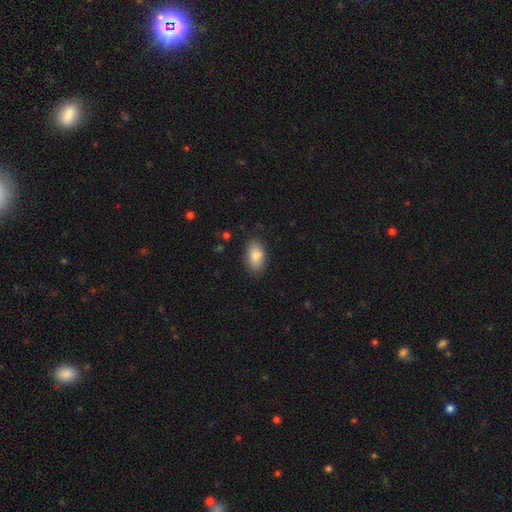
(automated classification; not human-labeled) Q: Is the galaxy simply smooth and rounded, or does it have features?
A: smooth — 87%.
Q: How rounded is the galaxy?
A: in between — 92%.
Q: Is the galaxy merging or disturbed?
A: none — 83%.